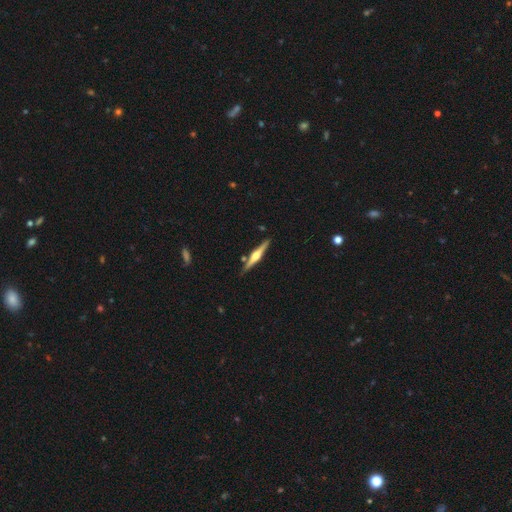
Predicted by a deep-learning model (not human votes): Smooth or featured: featured or disk — 75% (smooth — 20%)
Edge-on disk: yes — 98% (no — 2%)
Edge-on bulge: rounded — 91% (boxy — 5%)
Merging: none — 87% (minor disturbance — 8%)